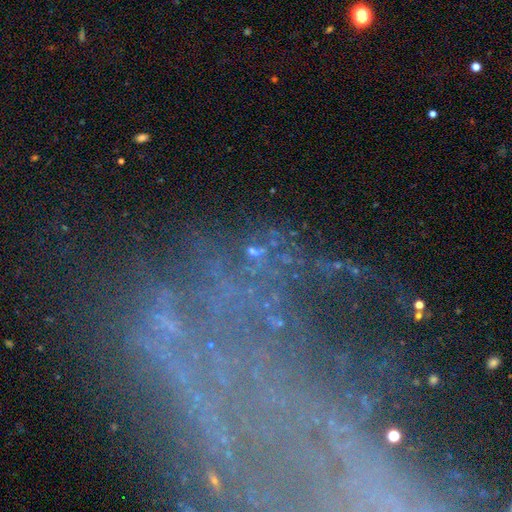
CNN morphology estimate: Overall: star or artifact (47%; featured or disk 40%).